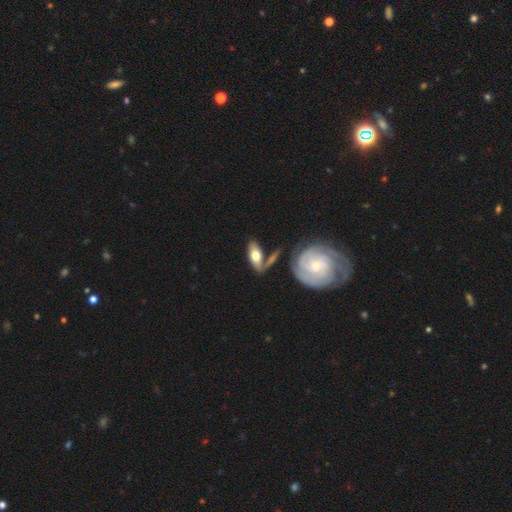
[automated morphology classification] Smooth or featured? smooth (48%)
Merging? none (59%)